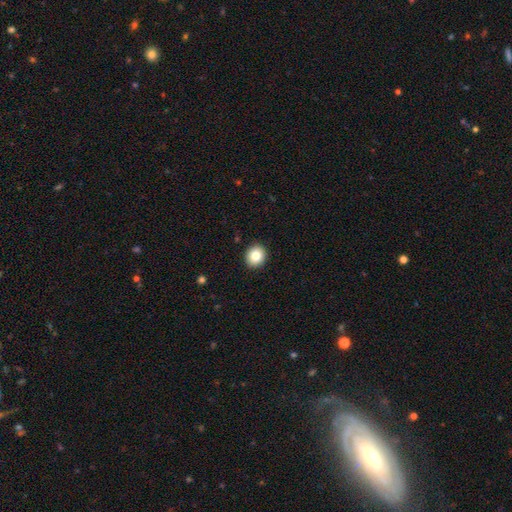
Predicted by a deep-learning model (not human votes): This appears to be a smooth galaxy with no disk features (83%) that is round (82%). Merging: none (92%).